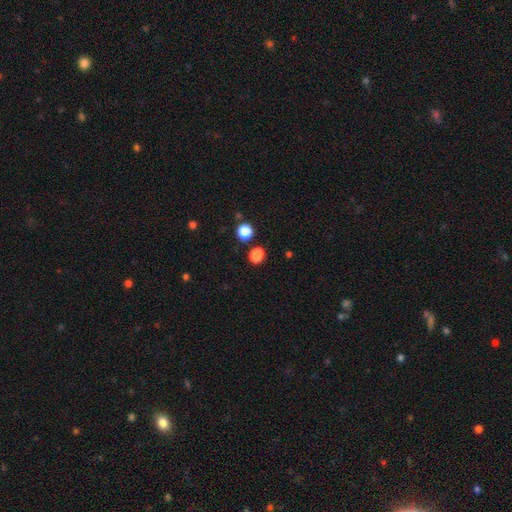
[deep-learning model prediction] smooth_or_featured: smooth (p=0.81) [alt: star or artifact p=0.15]
how_rounded: round (p=0.57) [alt: in between p=0.41]
merging: none (p=0.76) [alt: merger p=0.11]